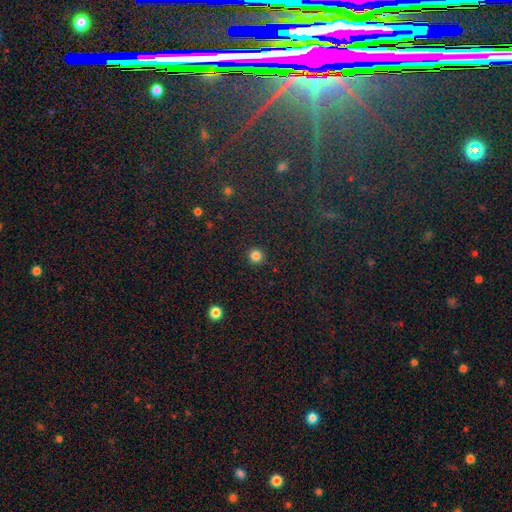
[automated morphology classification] Q: Smooth or featured?
A: smooth (84%); runner-up: star or artifact (13%)
Q: How rounded?
A: round (95%); runner-up: in between (4%)
Q: Merging?
A: none (92%); runner-up: minor disturbance (5%)